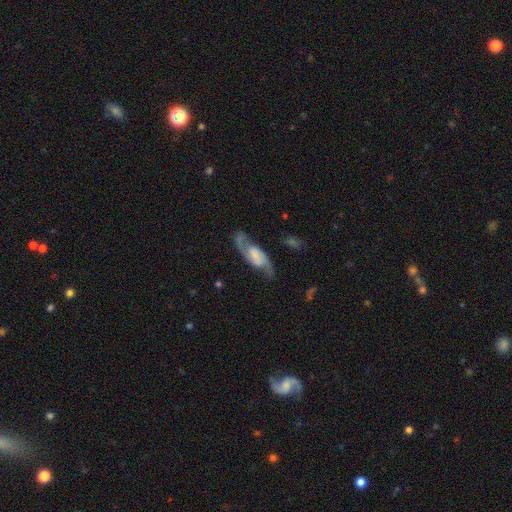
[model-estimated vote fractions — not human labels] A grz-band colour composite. It shows a featured or disk galaxy (82%) with a weak bar (45%), 2 (92%) medium (46%) spiral arms (96%) and a small central bulge (31%, tied with none). Merging: none (74%).